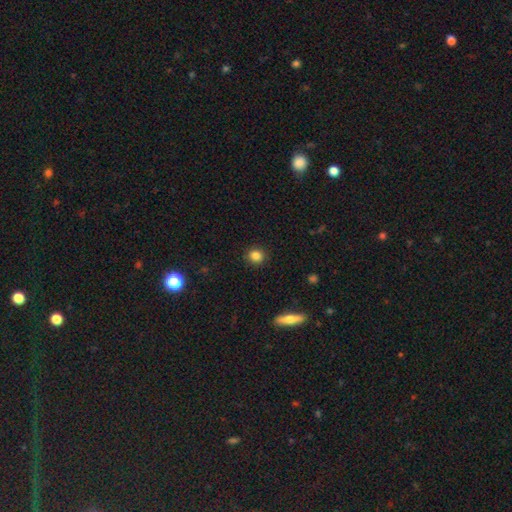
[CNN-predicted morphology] A smooth galaxy with no disk features (84%) that is round (84%). Merging: none (91%).